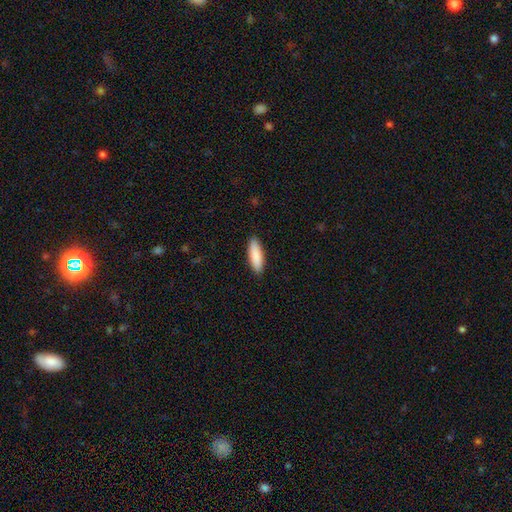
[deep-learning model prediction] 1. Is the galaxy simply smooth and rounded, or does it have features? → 89% smooth, 6% featured or disk, 5% star or artifact.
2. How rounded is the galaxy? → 52% in between, 47% cigar-shaped, 2% round.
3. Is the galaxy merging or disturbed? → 90% none, 8% minor disturbance, 2% major disturbance, 1% merger.